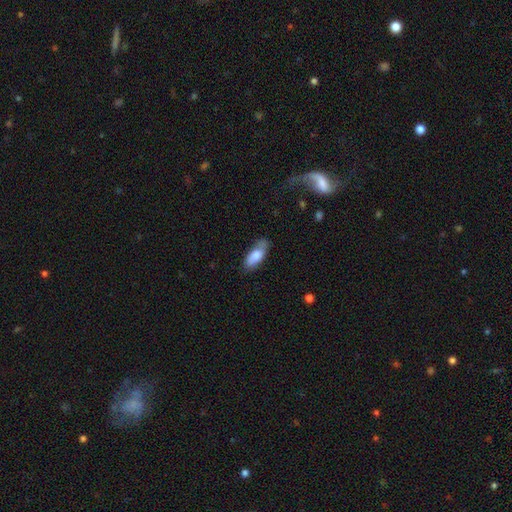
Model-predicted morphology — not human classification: The model was most divided on "merging": none: 66%, minor disturbance: 26%, major disturbance: 6%, merger: 2%. More confident: how rounded — in between (78%); smooth or featured — smooth (77%).